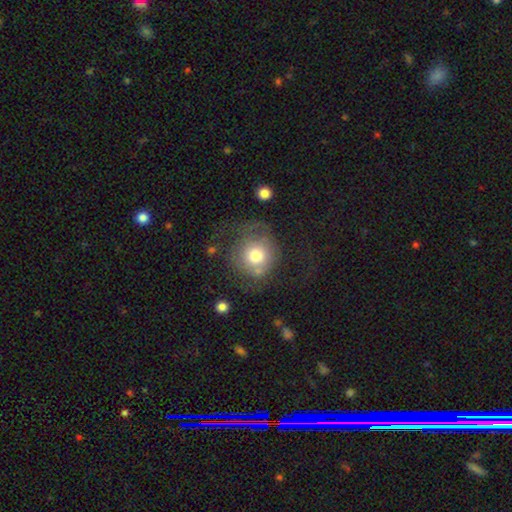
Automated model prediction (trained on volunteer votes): Morphology: type=smooth (64%); roundness=round (89%); merging=none (50%).